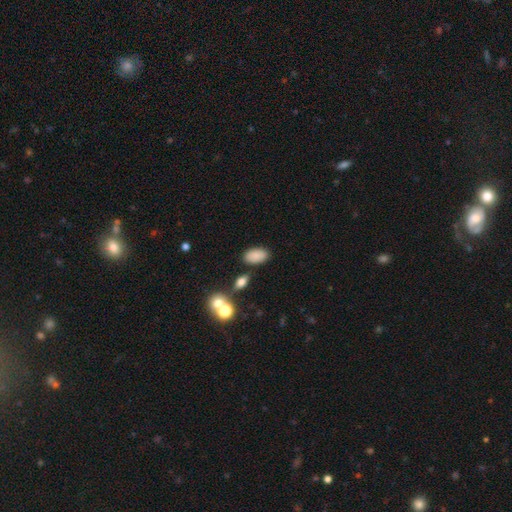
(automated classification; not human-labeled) A smooth galaxy with no disk features (85%) that is in between round and cigar-shaped (92%). Merging: none (83%).